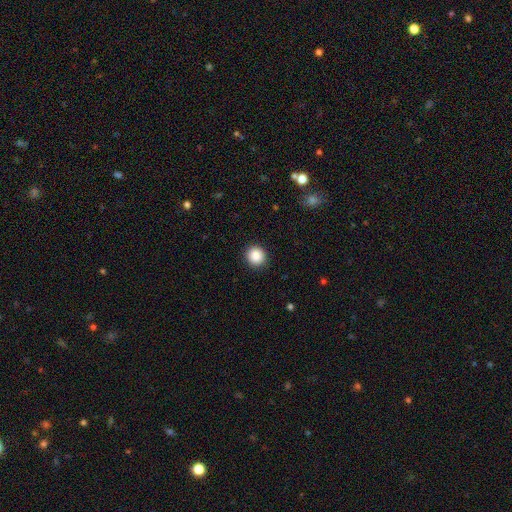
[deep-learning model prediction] Smooth or featured? smooth (88%)
How rounded? round (92%)
Merging? none (92%)